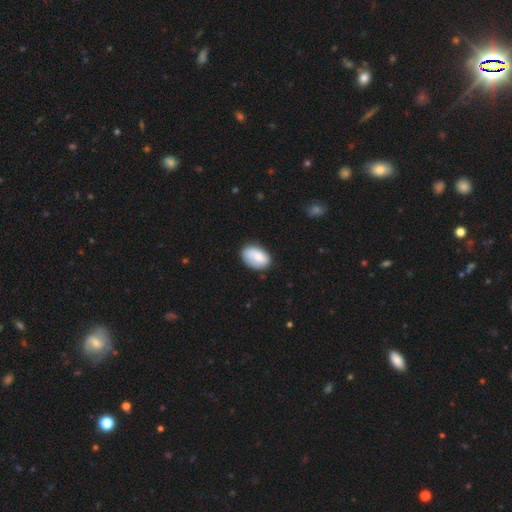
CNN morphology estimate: Smooth or featured: smooth — 82% (featured or disk — 11%)
How rounded: in between — 90% (round — 9%)
Merging: none — 75% (minor disturbance — 19%)